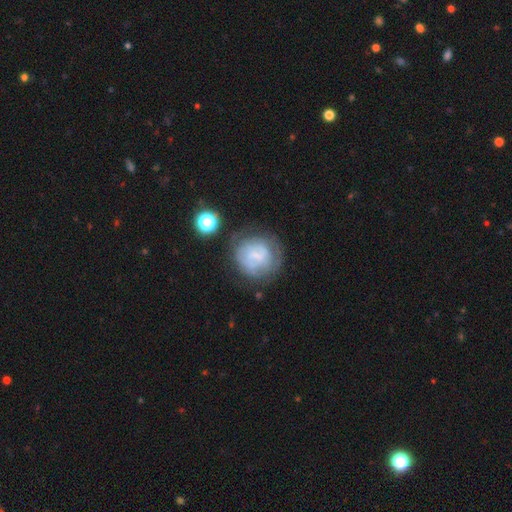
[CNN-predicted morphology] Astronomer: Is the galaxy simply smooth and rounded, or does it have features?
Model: featured or disk — 49% (runner-up: smooth, 40%).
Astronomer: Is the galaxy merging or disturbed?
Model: none — 61%.